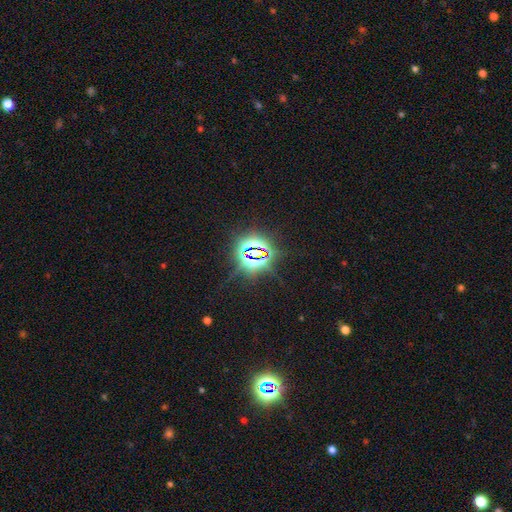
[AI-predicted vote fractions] Morphology: type=star or artifact (81%).